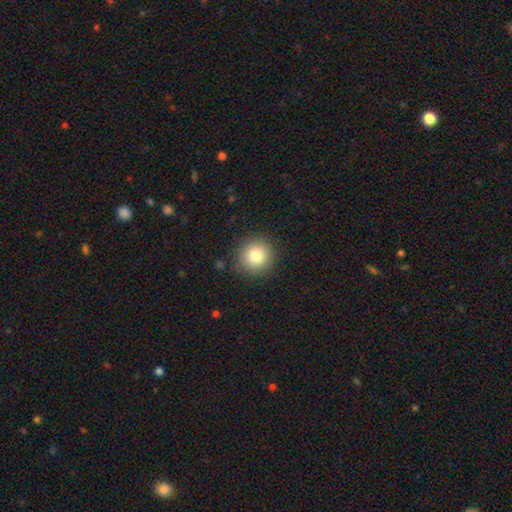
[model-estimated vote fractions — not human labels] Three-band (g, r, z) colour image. It shows a smooth galaxy with no disk features (81%) that is round (94%). Merging: none (89%).